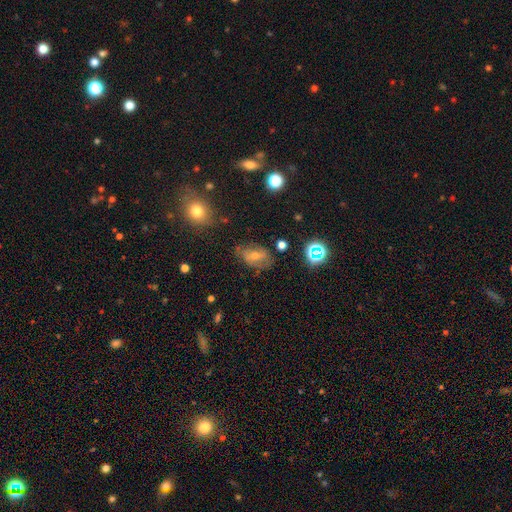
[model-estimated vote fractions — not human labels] Smooth or featured? Predicted: featured or disk (p=0.46). Merging? Predicted: none (p=0.66).